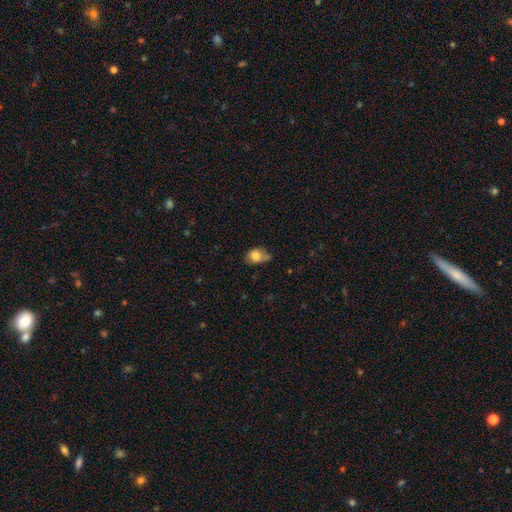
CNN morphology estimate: Smooth or featured?
  - smooth: 80% *
  - featured or disk: 11%
  - star or artifact: 9%
How rounded?
  - in between: 63% *
  - round: 36%
  - cigar-shaped: 1%
Merging?
  - none: 39% *
  - minor disturbance: 38%
  - major disturbance: 12%
  - merger: 11%